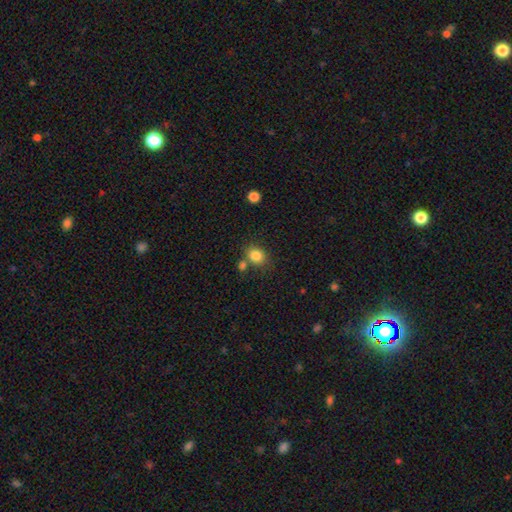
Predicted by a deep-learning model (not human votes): A smooth galaxy with no disk features (84%) that is round (61%). Merging: none (65%).